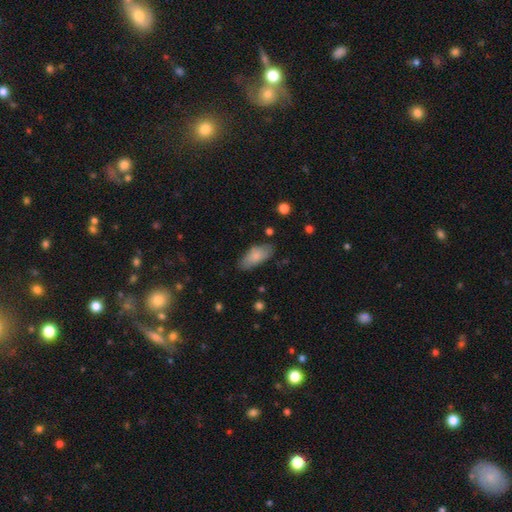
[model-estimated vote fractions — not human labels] smooth-or-featured: smooth: 81% | featured or disk: 13% | star or artifact: 6%
  how-rounded: in between: 86% | cigar-shaped: 12% | round: 2%
  merging: none: 75% | minor disturbance: 19% | major disturbance: 4% | merger: 2%